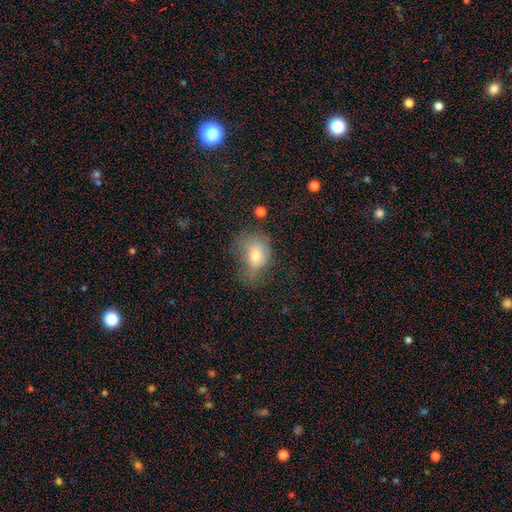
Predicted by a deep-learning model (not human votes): This appears to be a smooth galaxy with no disk features (72%) that is in between round and cigar-shaped (58%). Merging: none (35%).